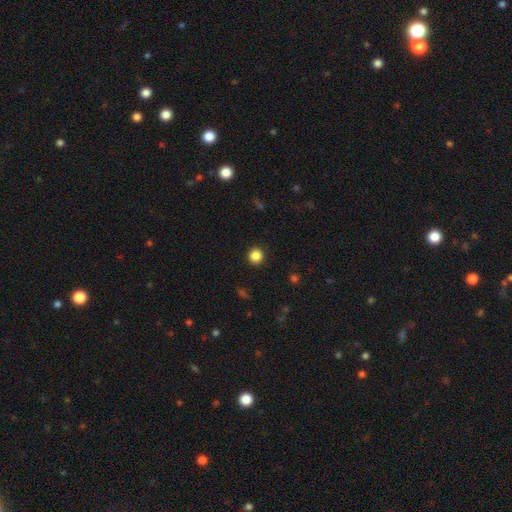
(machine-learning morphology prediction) The model was most divided on "smooth or featured": smooth: 86%, star or artifact: 11%, featured or disk: 3%. More confident: how rounded — round (93%); merging — none (92%).